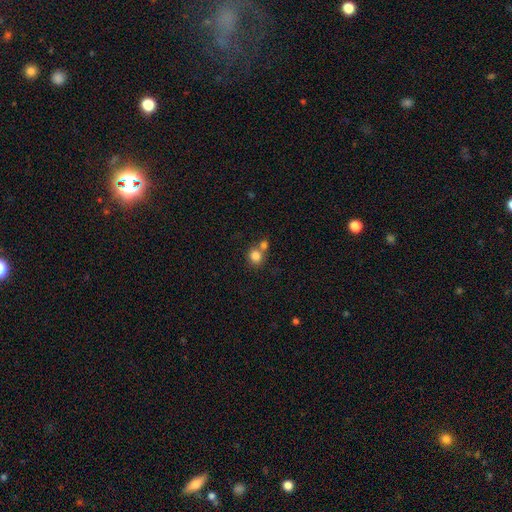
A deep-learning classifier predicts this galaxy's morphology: Overall: smooth (83%). How rounded: round (84%). Merging: none (52%; merger 38%).